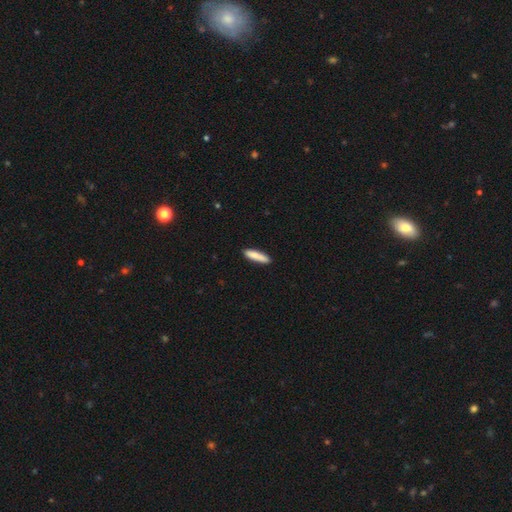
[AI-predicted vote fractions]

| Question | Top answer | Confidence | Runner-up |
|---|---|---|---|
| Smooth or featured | smooth | 85% | featured or disk (10%) |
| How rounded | cigar-shaped | 80% | in between (19%) |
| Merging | none | 87% | minor disturbance (10%) |